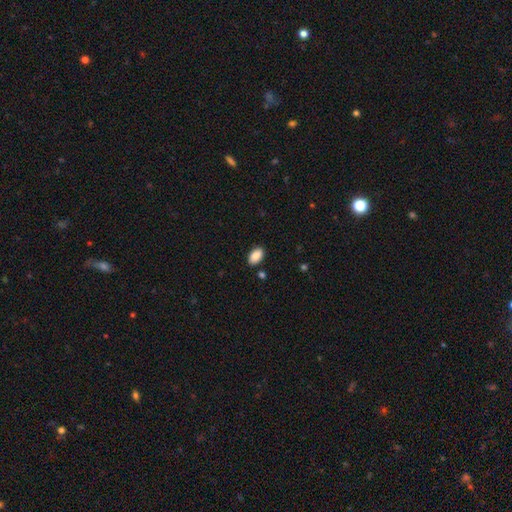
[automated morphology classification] The model was most divided on "merging": none: 86%, minor disturbance: 9%, merger: 2%, major disturbance: 2%. More confident: how rounded — in between (93%); smooth or featured — smooth (87%).